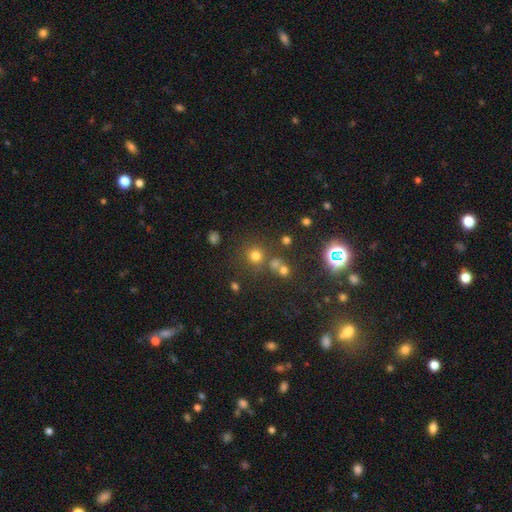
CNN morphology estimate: smooth_or_featured: smooth (p=0.69) [alt: star or artifact p=0.23]
how_rounded: round (p=0.91) [alt: in between p=0.08]
merging: none (p=0.73) [alt: merger p=0.13]